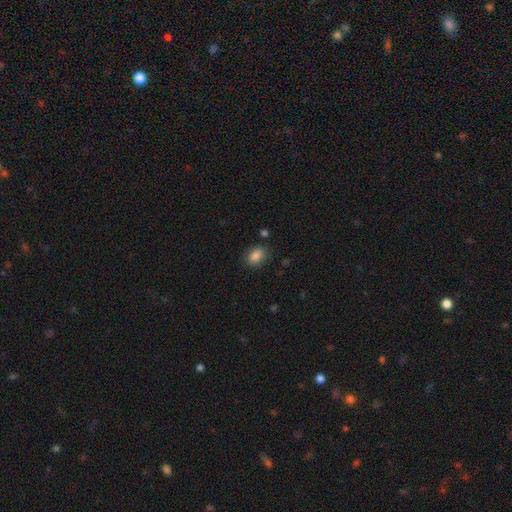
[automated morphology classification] A smooth galaxy with no disk features (86%) that is in between round and cigar-shaped (80%). Merging: none (82%).